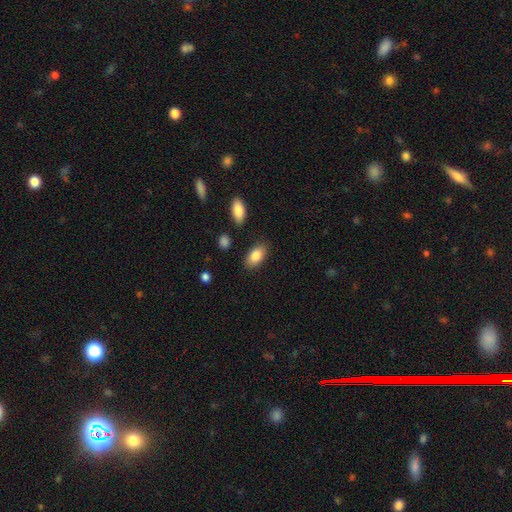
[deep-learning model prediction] smooth-or-featured: smooth: 85% | featured or disk: 8% | star or artifact: 7%
  how-rounded: in between: 92% | round: 5% | cigar-shaped: 4%
  merging: none: 84% | minor disturbance: 11% | major disturbance: 3% | merger: 2%